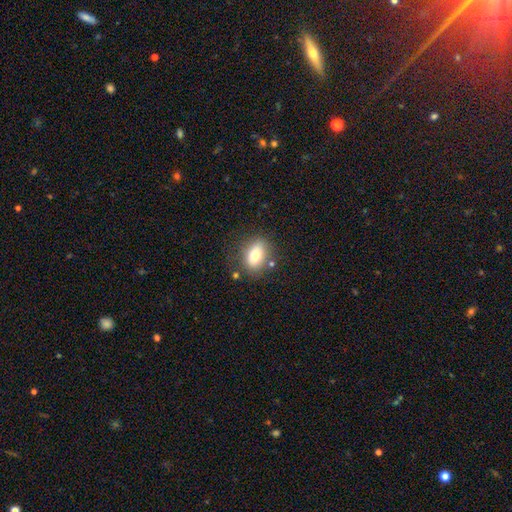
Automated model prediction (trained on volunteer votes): This is likely a smooth galaxy (71%). How rounded: likely in between (75%). Merging: likely none (74%).